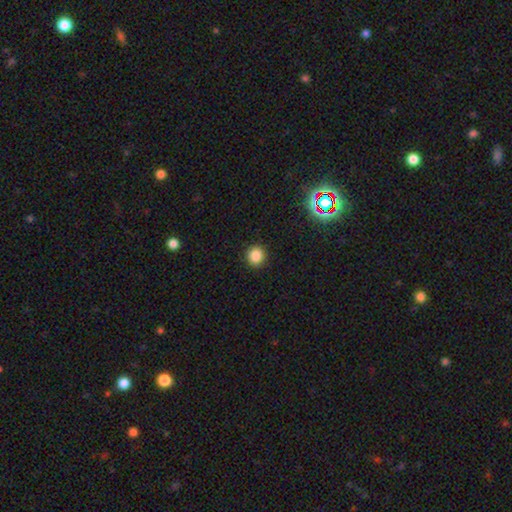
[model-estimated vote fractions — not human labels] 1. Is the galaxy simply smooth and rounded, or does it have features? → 85% smooth, 12% star or artifact, 4% featured or disk.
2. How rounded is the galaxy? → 90% round, 9% in between, 1% cigar-shaped.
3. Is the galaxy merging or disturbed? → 92% none, 5% minor disturbance, 2% major disturbance, 1% merger.